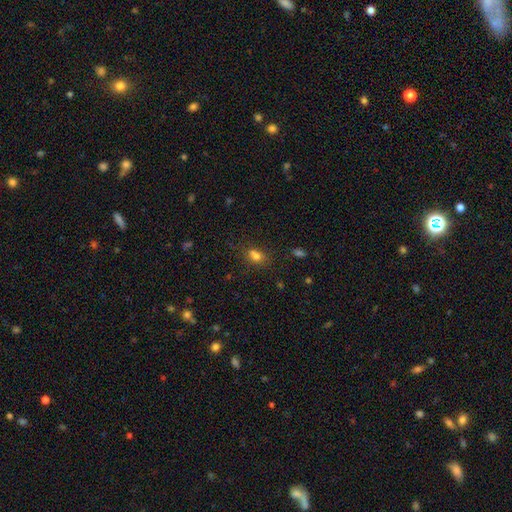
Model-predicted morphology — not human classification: Smooth or featured: smooth — 73% (star or artifact — 17%)
How rounded: in between — 64% (round — 34%)
Merging: none — 54% (merger — 23%)